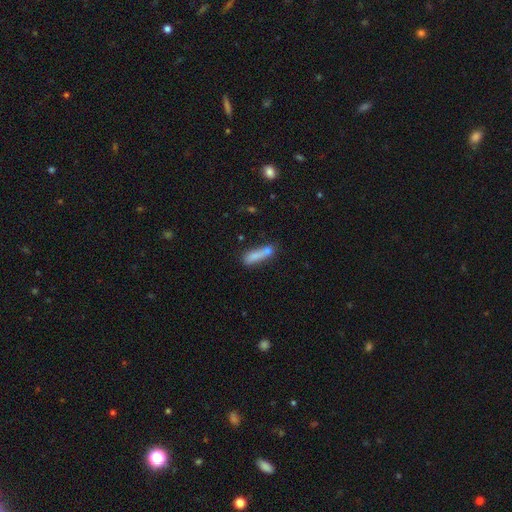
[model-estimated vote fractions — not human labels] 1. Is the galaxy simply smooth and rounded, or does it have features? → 76% smooth, 15% featured or disk, 9% star or artifact.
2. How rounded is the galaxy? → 69% cigar-shaped, 28% in between, 3% round.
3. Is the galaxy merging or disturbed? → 46% none, 26% merger, 19% minor disturbance, 9% major disturbance.